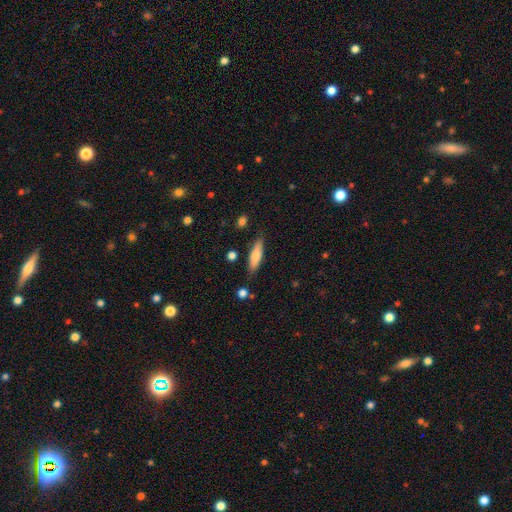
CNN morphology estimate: Smooth or featured: smooth — 73% (featured or disk — 20%)
How rounded: cigar-shaped — 62% (in between — 36%)
Merging: none — 81% (minor disturbance — 13%)